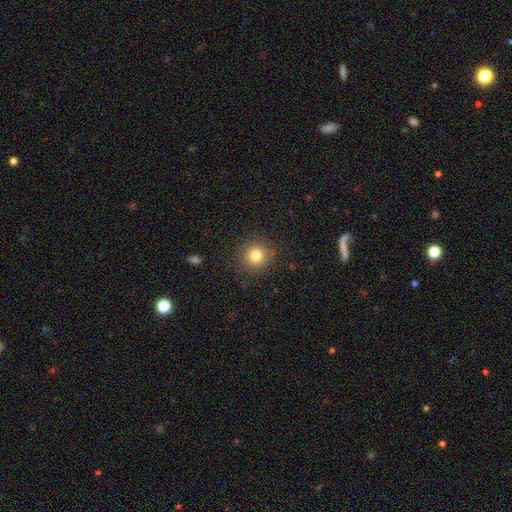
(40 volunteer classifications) smooth-or-featured: smooth: 88% | star or artifact: 12% | featured or disk: 0%
  how-rounded: round: 94% | in between: 3% | cigar-shaped: 3%
  merging: none: 83% | minor disturbance: 11% | major disturbance: 3% | merger: 3%